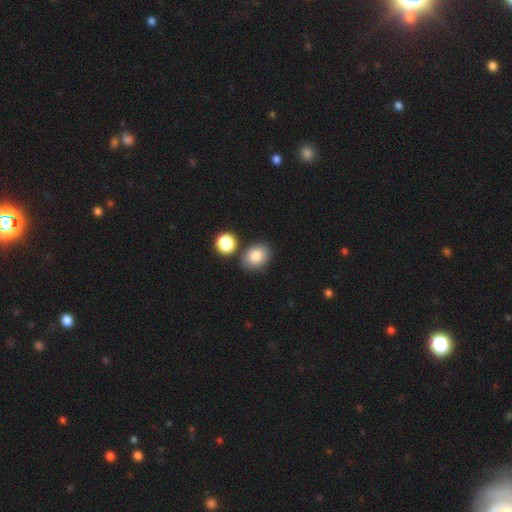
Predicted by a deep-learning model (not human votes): A smooth galaxy with no disk features (83%) that is in between round and cigar-shaped (67%).

Vote fractions:
- Smooth or featured? smooth: 83% / star or artifact: 8% / featured or disk: 8%
- How rounded? in between: 67% / round: 32% / cigar-shaped: 1%
- Merging? none: 74% / minor disturbance: 12% / merger: 10% / major disturbance: 3%